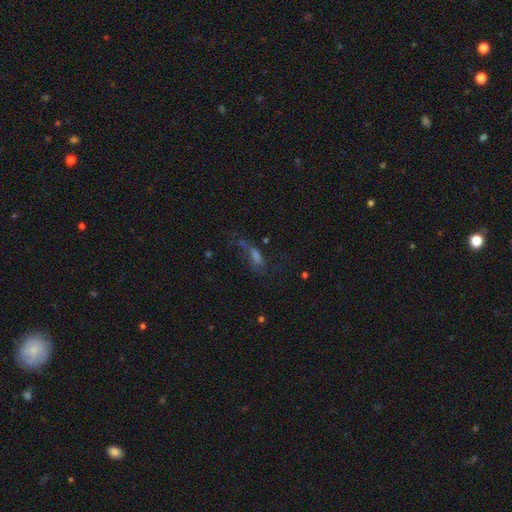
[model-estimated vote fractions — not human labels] A featured or disk galaxy (43%). Merging: none (42%).